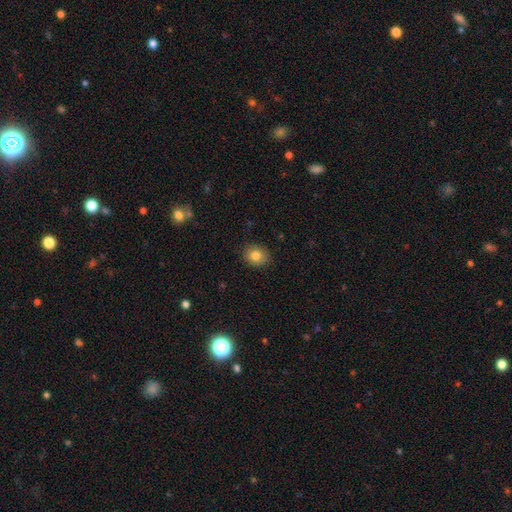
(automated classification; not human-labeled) Smooth or featured? smooth (82%)
How rounded? round (65%)
Merging? none (89%)